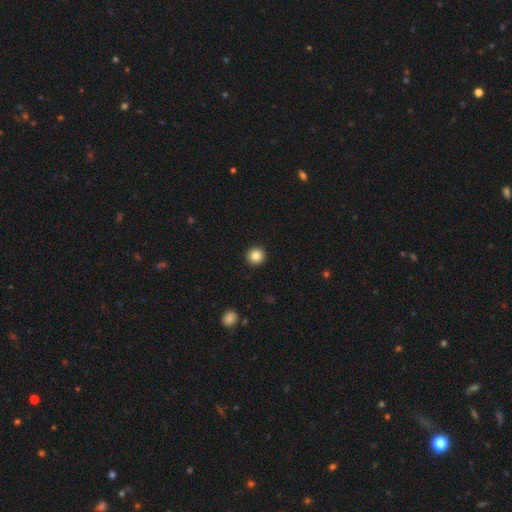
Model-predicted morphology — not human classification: This appears to be a smooth galaxy with no disk features (85%) that is round (94%). Merging: none (93%).